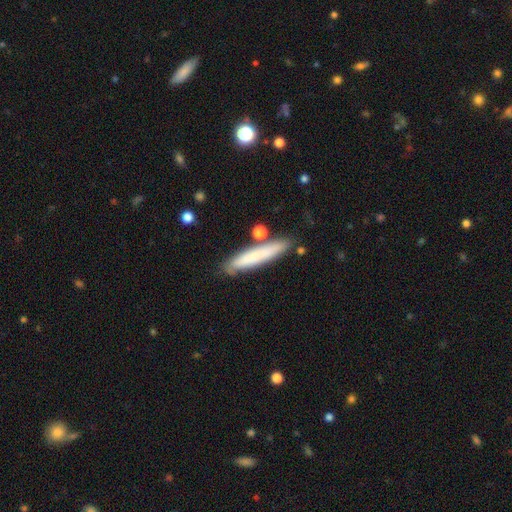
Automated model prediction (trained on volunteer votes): This is likely a smooth galaxy (70%). How rounded: clearly cigar-shaped (91%). Merging: clearly none (80%).